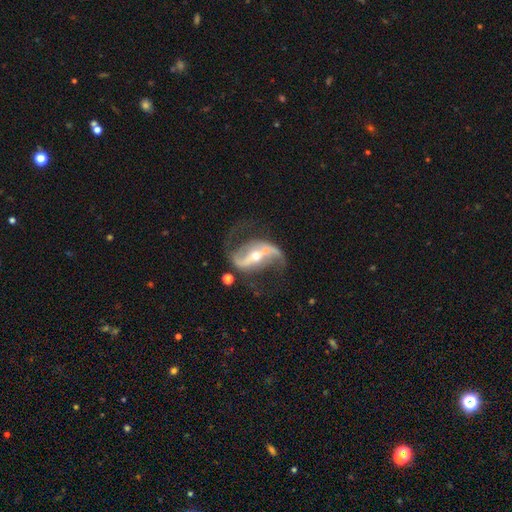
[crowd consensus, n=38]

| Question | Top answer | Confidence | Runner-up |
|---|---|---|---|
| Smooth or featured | featured or disk | 89% | smooth (5%) |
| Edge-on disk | no | 97% | yes (3%) |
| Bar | strong | 45% | weak (33%) |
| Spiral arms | yes | 91% | no (9%) |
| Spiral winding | loose | 70% | medium (23%) |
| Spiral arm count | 2 | 97% | 1 (3%) |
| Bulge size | small | 67% | moderate (30%) |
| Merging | none | 56% | major disturbance (22%) |